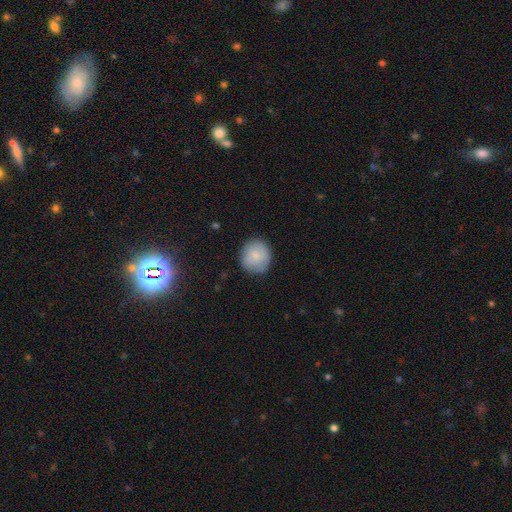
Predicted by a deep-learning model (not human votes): Smooth or featured: smooth — 81% (featured or disk — 12%)
How rounded: round — 87% (in between — 12%)
Merging: none — 82% (minor disturbance — 14%)